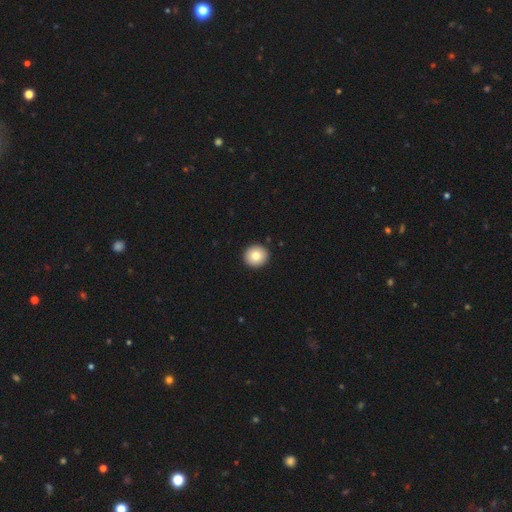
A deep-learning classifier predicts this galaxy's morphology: Smooth or featured: smooth — 83% (featured or disk — 9%)
How rounded: round — 92% (in between — 7%)
Merging: none — 93% (minor disturbance — 4%)